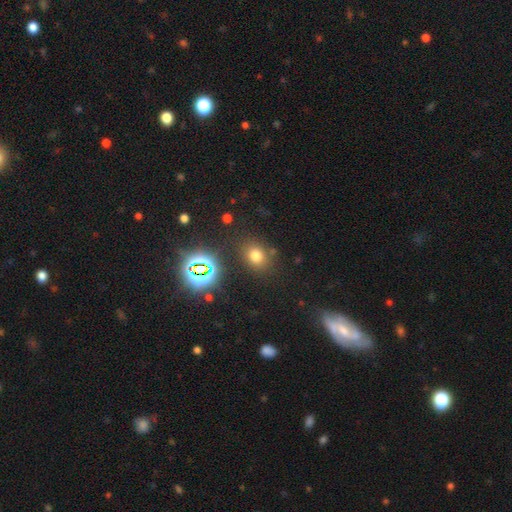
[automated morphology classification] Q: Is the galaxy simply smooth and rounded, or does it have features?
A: smooth — 69%.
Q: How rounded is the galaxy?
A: round — 57%.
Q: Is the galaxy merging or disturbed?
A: none — 80%.